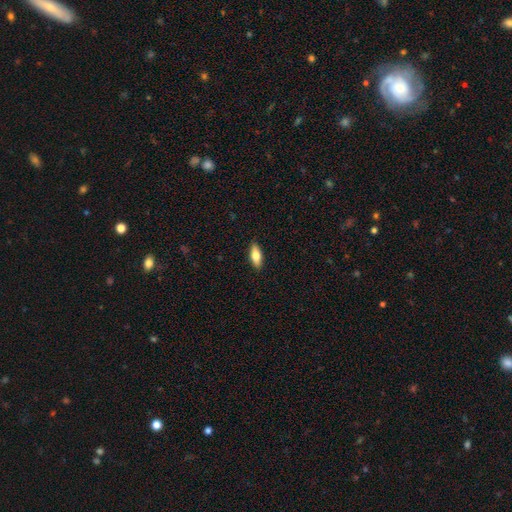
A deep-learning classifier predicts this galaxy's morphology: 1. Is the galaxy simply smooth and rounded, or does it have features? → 71% smooth, 23% featured or disk, 6% star or artifact.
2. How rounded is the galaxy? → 74% in between, 23% cigar-shaped, 3% round.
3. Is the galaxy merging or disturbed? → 89% none, 8% minor disturbance, 2% major disturbance, 1% merger.